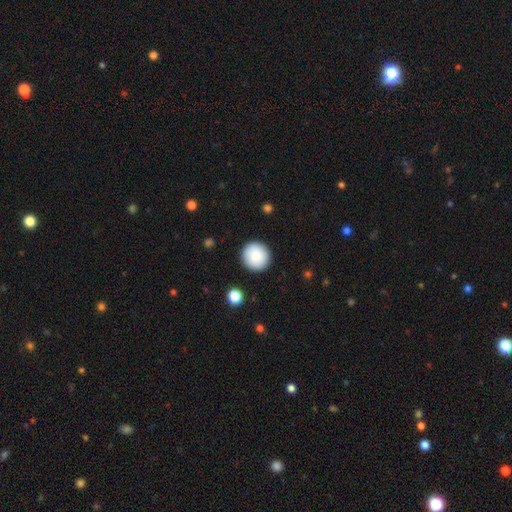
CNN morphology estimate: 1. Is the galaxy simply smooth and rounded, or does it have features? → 87% smooth, 7% star or artifact, 6% featured or disk.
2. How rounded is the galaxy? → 95% round, 4% in between, 1% cigar-shaped.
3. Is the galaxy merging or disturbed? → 91% none, 6% minor disturbance, 2% major disturbance, 1% merger.